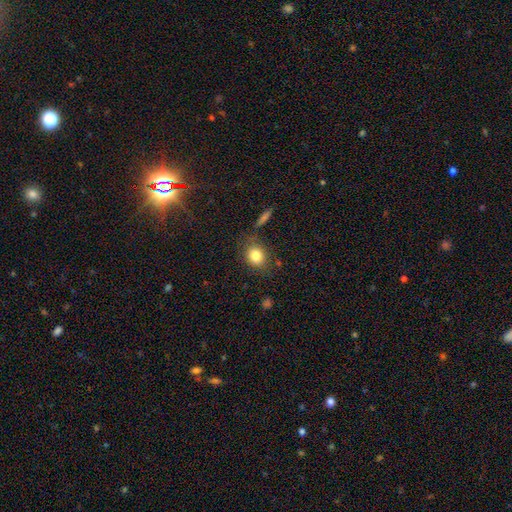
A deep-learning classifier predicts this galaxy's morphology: This appears to be a smooth galaxy with no disk features (82%) that is round (56%). Merging: none (76%).